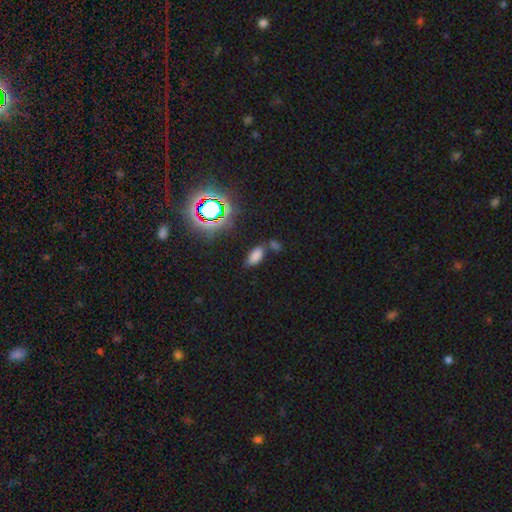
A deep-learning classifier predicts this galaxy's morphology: Smooth or featured? Predicted: smooth (p=0.72). How rounded? Predicted: in between (p=0.89). Merging? Predicted: none (p=0.66).